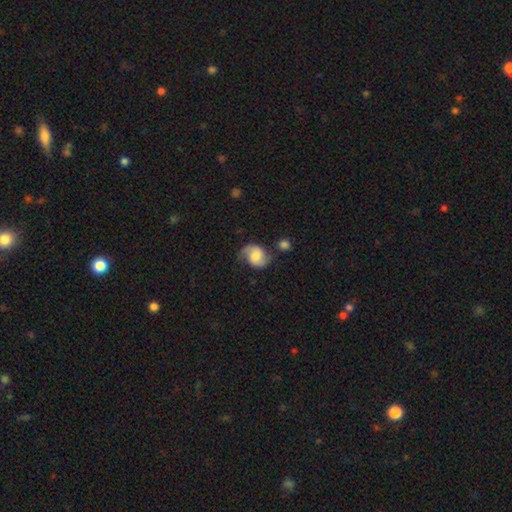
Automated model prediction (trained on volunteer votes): The model was most divided on "bar": no: 50%, weak: 41%, strong: 9%. Remaining: edge-on disk — no (98%); spiral arms — yes (94%); spiral arm count — 2 (90%); smooth or featured — featured or disk (70%); merging — none (67%); spiral winding — medium (47%); bulge size — moderate (44%).